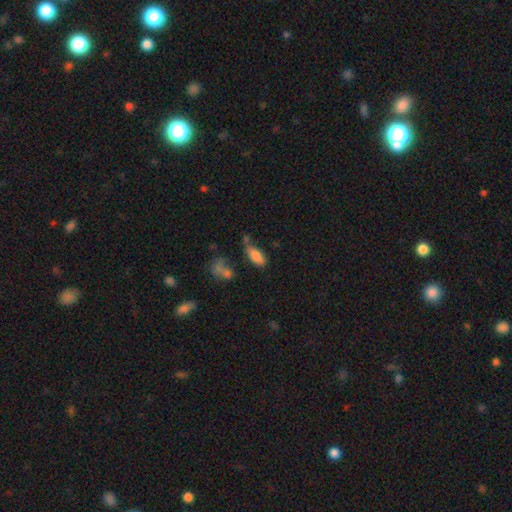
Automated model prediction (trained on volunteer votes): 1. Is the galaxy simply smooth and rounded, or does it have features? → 81% smooth, 10% featured or disk, 8% star or artifact.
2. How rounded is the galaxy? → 82% in between, 16% cigar-shaped, 3% round.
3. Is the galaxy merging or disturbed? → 57% none, 21% minor disturbance, 14% merger, 8% major disturbance.